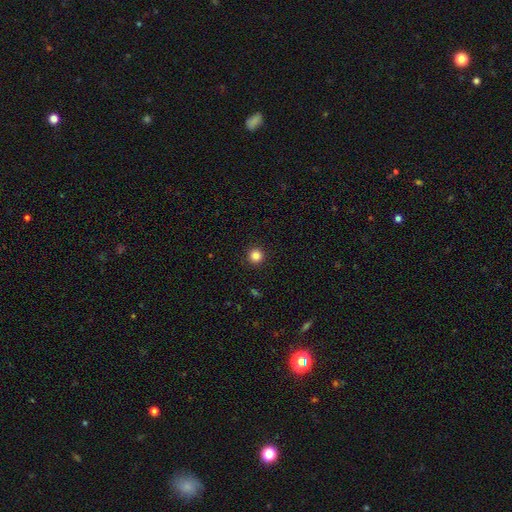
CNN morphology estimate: A smooth galaxy with no disk features (84%) that is round (95%).

Vote fractions:
- Smooth or featured? smooth: 84% / star or artifact: 11% / featured or disk: 4%
- How rounded? round: 95% / in between: 4% / cigar-shaped: 1%
- Merging? none: 93% / minor disturbance: 4% / major disturbance: 2% / merger: 1%